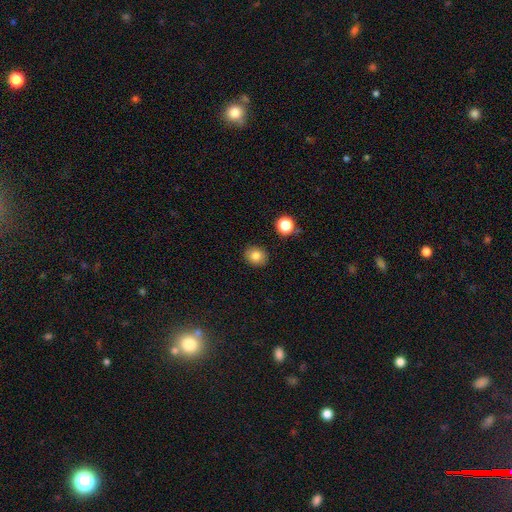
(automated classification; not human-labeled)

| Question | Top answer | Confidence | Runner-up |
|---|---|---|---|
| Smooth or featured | smooth | 81% | star or artifact (11%) |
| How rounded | round | 66% | in between (33%) |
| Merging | none | 90% | minor disturbance (7%) |